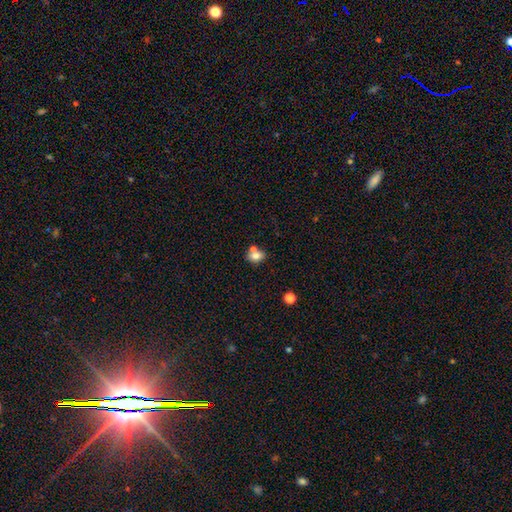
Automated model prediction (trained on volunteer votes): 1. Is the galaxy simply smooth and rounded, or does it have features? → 76% smooth, 14% featured or disk, 10% star or artifact.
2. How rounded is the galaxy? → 56% in between, 42% round, 1% cigar-shaped.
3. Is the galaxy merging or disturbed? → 49% none, 35% merger, 12% minor disturbance, 4% major disturbance.